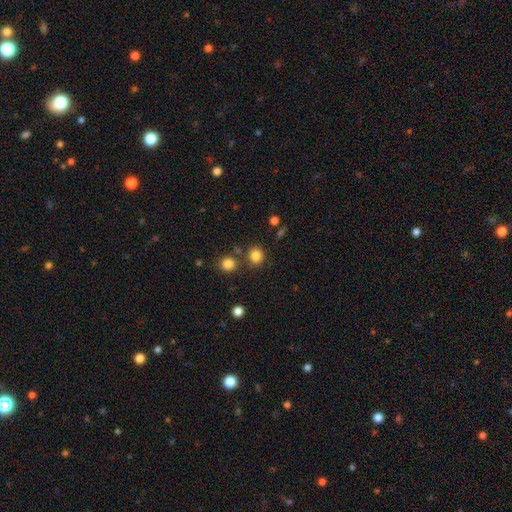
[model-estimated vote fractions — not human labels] Smooth or featured: smooth — 82% (star or artifact — 12%)
How rounded: round — 86% (in between — 13%)
Merging: none — 79% (merger — 10%)